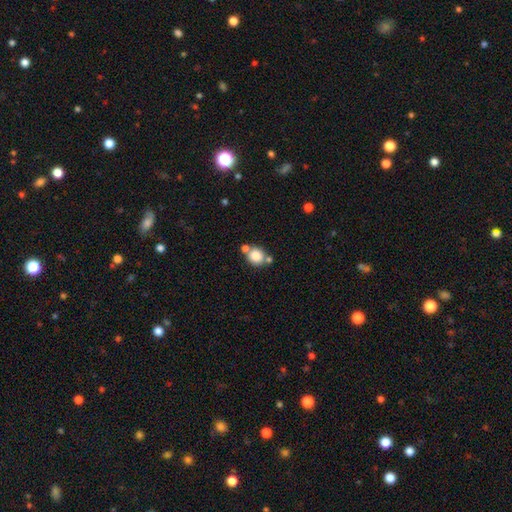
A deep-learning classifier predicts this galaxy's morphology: This is clearly a smooth galaxy (81%). How rounded: clearly round (81%). Merging: possibly none (59%).